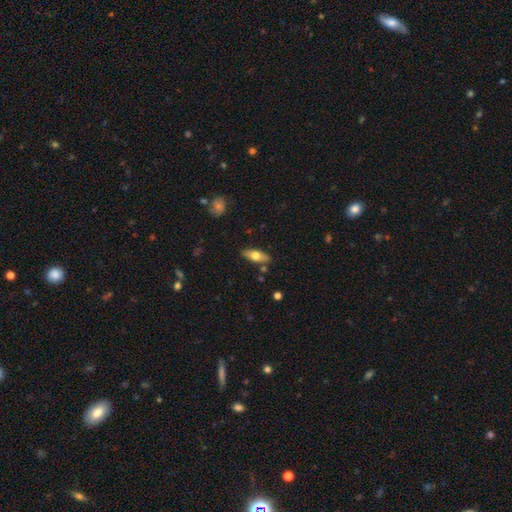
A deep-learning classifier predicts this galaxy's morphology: Overall: smooth (56%; featured or disk 38%). How rounded: in between (65%; cigar-shaped 32%). Merging: none (83%).